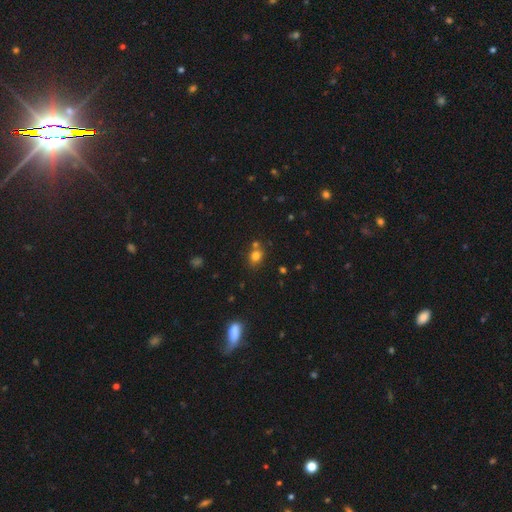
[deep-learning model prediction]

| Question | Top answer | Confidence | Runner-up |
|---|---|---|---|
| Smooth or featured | smooth | 77% | star or artifact (15%) |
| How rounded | round | 62% | in between (37%) |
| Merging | none | 62% | merger (22%) |